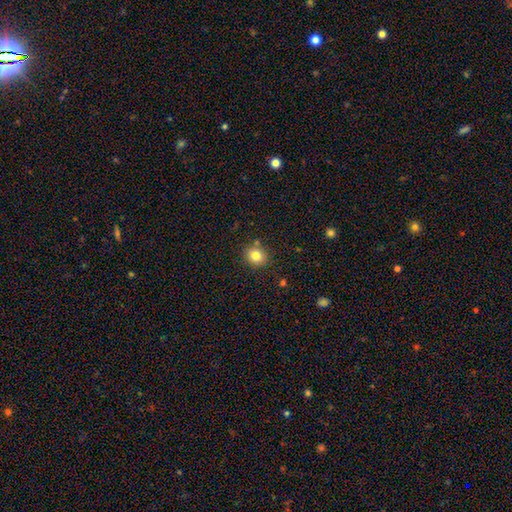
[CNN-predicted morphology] smooth-or-featured: smooth: 81% | star or artifact: 11% | featured or disk: 8%
  how-rounded: round: 75% | in between: 24% | cigar-shaped: 1%
  merging: none: 83% | minor disturbance: 10% | merger: 5% | major disturbance: 3%